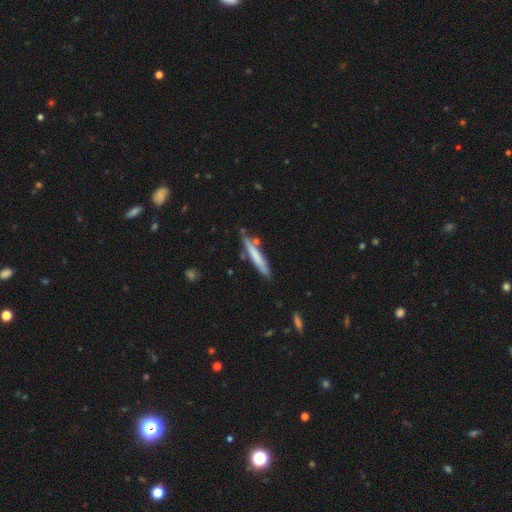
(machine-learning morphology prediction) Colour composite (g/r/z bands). It shows a smooth galaxy with no disk features (64%) that is cigar-shaped (94%). Merging: none (78%).